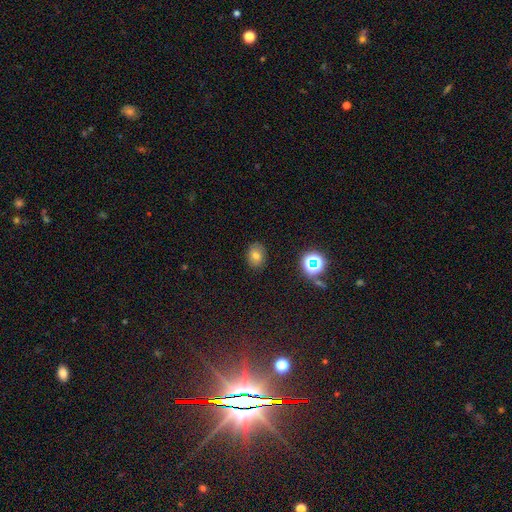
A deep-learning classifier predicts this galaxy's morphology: The model was most divided on "how rounded": in between: 58%, round: 41%, cigar-shaped: 1%. More confident: merging — none (86%); smooth or featured — smooth (71%).